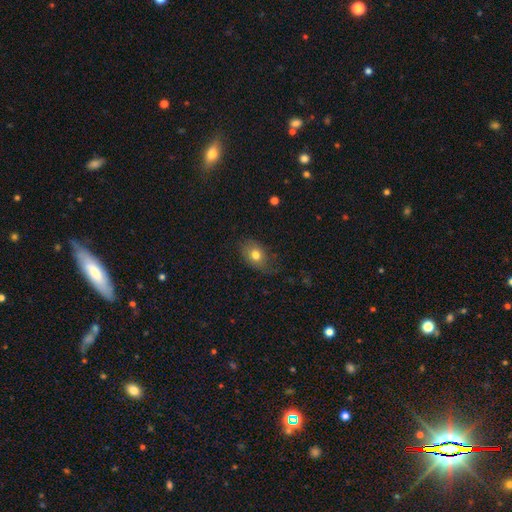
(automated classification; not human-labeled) smooth-or-featured: smooth: 76% | featured or disk: 15% | star or artifact: 9%
  how-rounded: in between: 74% | round: 25% | cigar-shaped: 1%
  merging: none: 65% | minor disturbance: 25% | major disturbance: 8% | merger: 1%